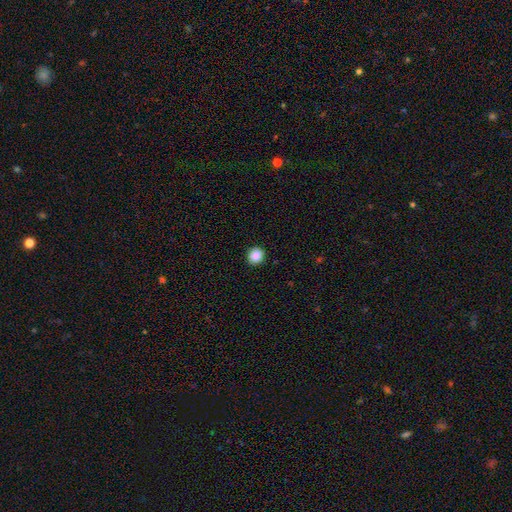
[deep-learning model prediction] Q: Smooth or featured?
A: smooth (88%); runner-up: star or artifact (9%)
Q: How rounded?
A: round (91%); runner-up: in between (8%)
Q: Merging?
A: none (93%); runner-up: minor disturbance (5%)